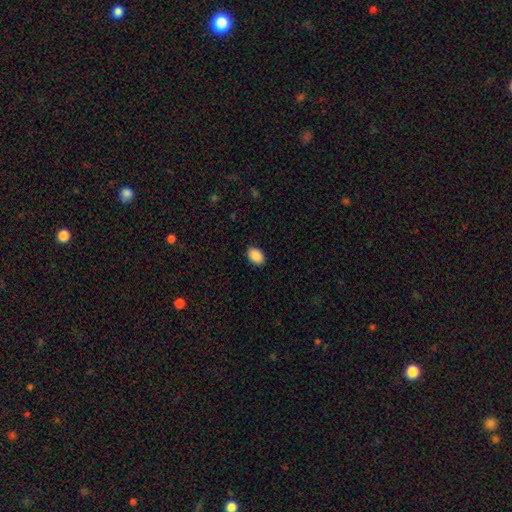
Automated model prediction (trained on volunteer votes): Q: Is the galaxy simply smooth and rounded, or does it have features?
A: smooth — 90%.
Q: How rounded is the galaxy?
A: in between — 78%.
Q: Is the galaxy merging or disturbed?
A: none — 89%.